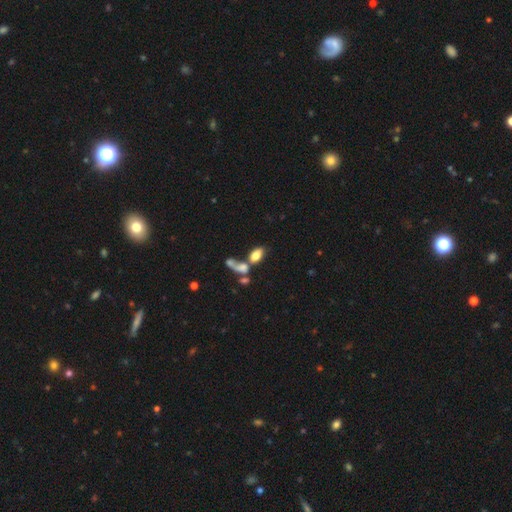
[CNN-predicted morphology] smooth 74%, featured or disk 16%, star or artifact 10%. Down the decision tree: how rounded — in between (87%); merging — merger (54%).